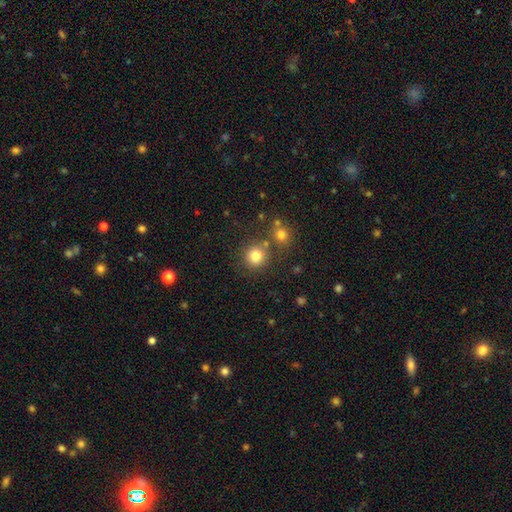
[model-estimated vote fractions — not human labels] Smooth or featured? Predicted: smooth (p=0.81). How rounded? Predicted: round (p=0.91). Merging? Predicted: none (p=0.75).